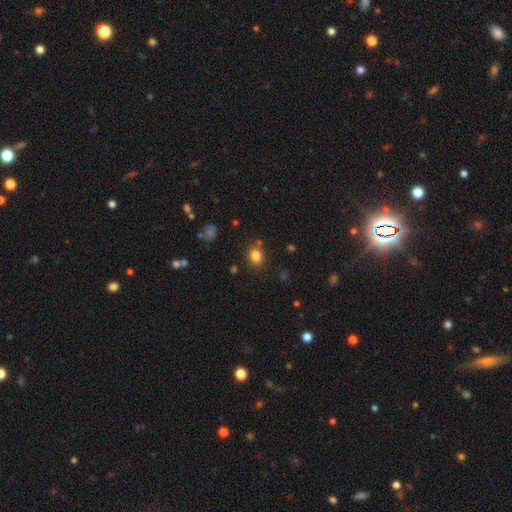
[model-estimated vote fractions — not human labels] This appears to be a smooth galaxy with no disk features (81%) that is round (57%). Merging: none (79%).